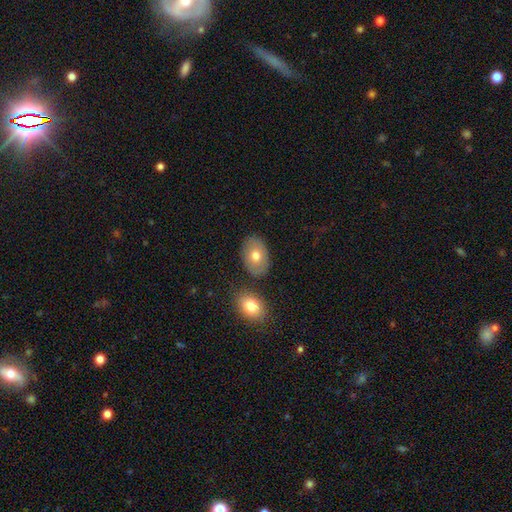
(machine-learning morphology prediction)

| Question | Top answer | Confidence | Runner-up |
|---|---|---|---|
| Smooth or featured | smooth | 72% | featured or disk (21%) |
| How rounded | in between | 84% | round (14%) |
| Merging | none | 77% | minor disturbance (12%) |